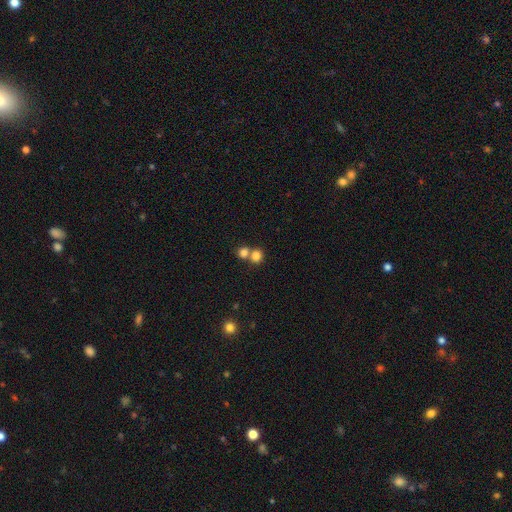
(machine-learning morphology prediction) Smooth or featured?
  - smooth: 81% *
  - star or artifact: 11%
  - featured or disk: 8%
How rounded?
  - round: 80% *
  - in between: 19%
  - cigar-shaped: 1%
Merging?
  - merger: 49% *
  - none: 42%
  - minor disturbance: 6%
  - major disturbance: 3%